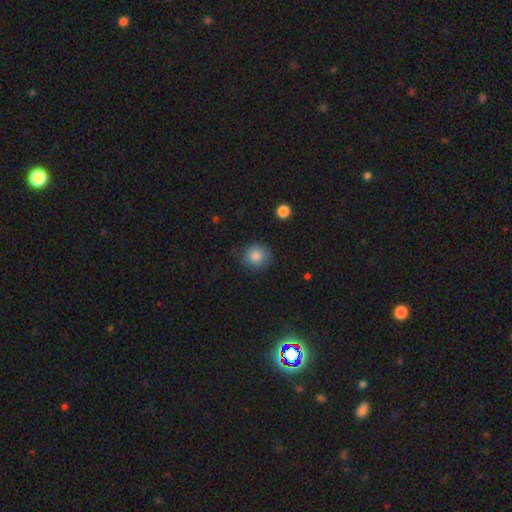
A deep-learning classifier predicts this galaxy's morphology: This appears to be a smooth galaxy with no disk features (86%) that is round (88%). Merging: none (81%).